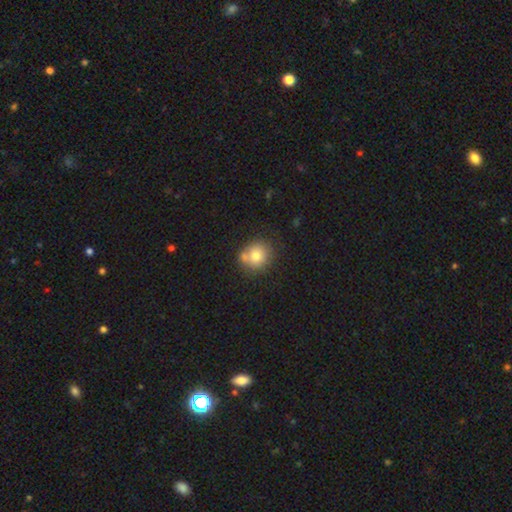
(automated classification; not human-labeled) Smooth or featured?
  - smooth: 76% *
  - featured or disk: 14%
  - star or artifact: 10%
How rounded?
  - round: 81% *
  - in between: 18%
  - cigar-shaped: 1%
Merging?
  - none: 60% *
  - merger: 20%
  - minor disturbance: 16%
  - major disturbance: 5%